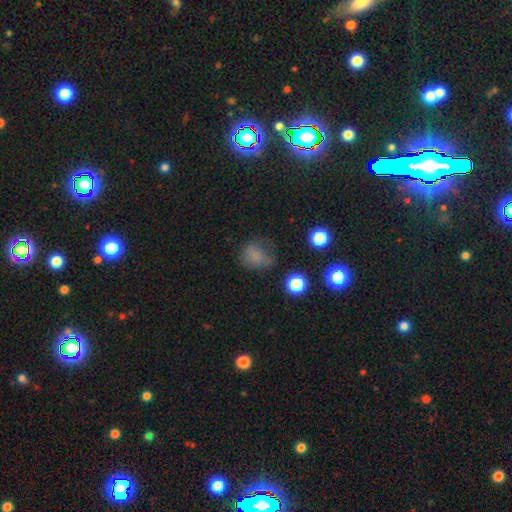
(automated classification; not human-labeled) Smooth or featured? smooth (70%)
How rounded? round (55%)
Merging? none (52%)